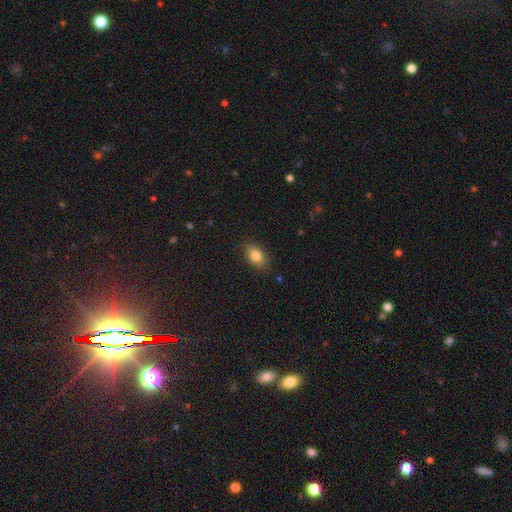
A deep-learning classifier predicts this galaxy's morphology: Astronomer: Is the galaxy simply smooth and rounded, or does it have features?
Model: smooth — 83%.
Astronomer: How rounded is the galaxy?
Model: in between — 86%.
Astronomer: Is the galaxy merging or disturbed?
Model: none — 85%.